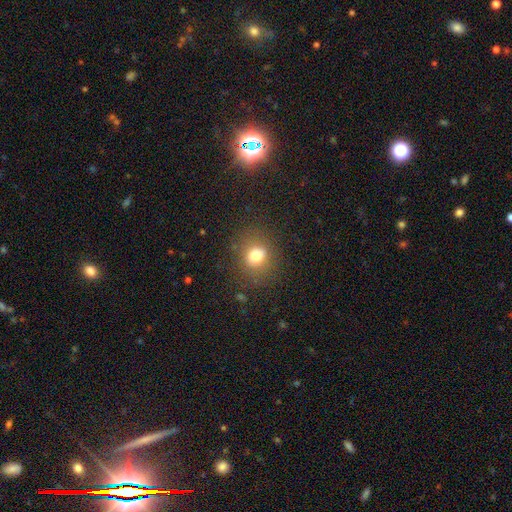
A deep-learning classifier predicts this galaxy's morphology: Smooth or featured? Predicted: smooth (p=0.77). How rounded? Predicted: round (p=0.70). Merging? Predicted: none (p=0.80).